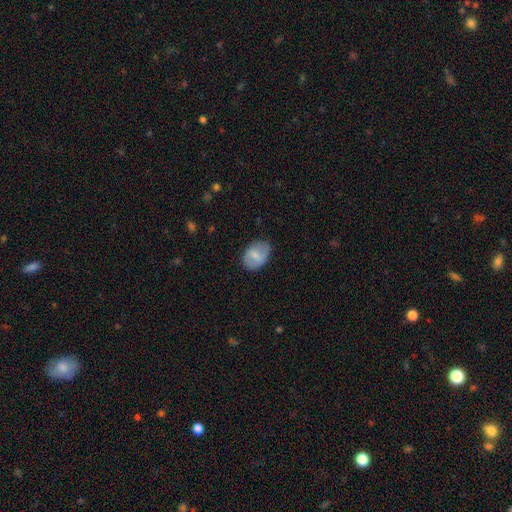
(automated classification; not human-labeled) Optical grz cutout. It shows a smooth galaxy with no disk features (68%) that is in between round and cigar-shaped (80%). Merging: none (73%).